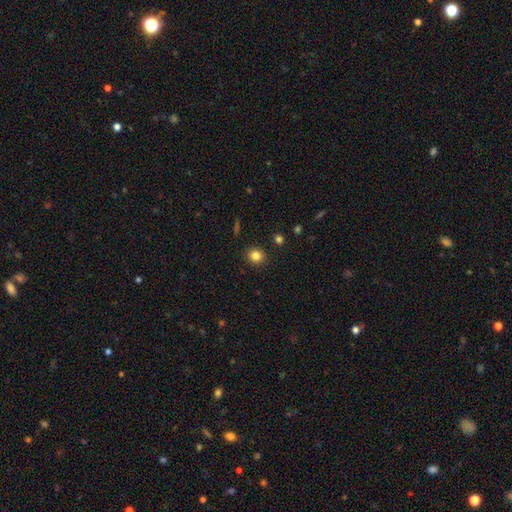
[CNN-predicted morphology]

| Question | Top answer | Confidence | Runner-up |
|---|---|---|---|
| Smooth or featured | smooth | 83% | star or artifact (12%) |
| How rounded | round | 79% | in between (20%) |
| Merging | none | 90% | minor disturbance (7%) |